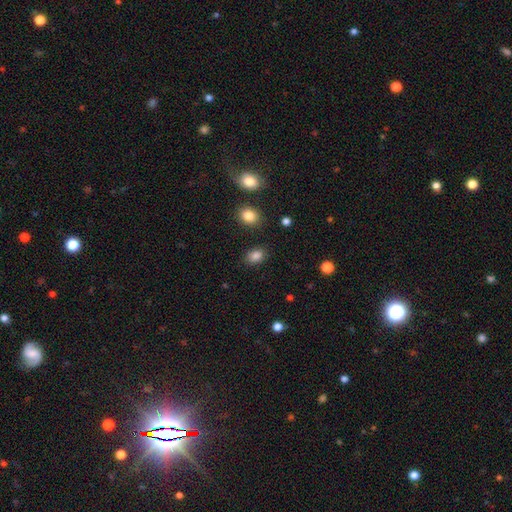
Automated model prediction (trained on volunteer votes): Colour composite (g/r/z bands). It shows a smooth galaxy with no disk features (85%) that is in between round and cigar-shaped (75%). Merging: none (85%).